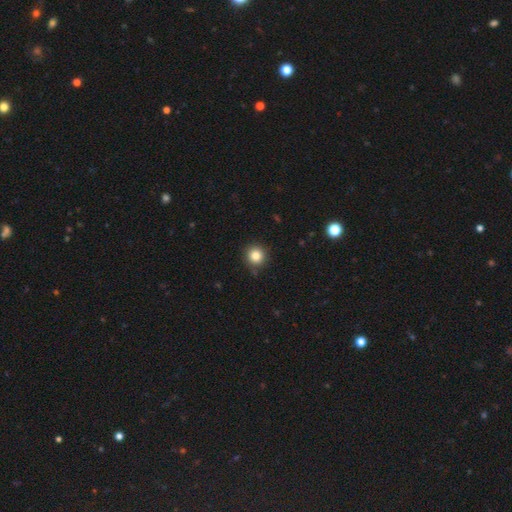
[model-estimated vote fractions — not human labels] Smooth or featured?
  - smooth: 83% *
  - star or artifact: 12%
  - featured or disk: 6%
How rounded?
  - round: 94% *
  - in between: 5%
  - cigar-shaped: 1%
Merging?
  - none: 87% *
  - minor disturbance: 10%
  - major disturbance: 2%
  - merger: 1%